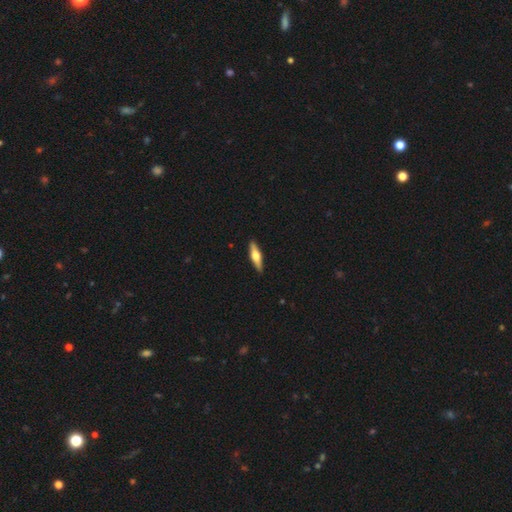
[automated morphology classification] smooth-or-featured: featured or disk: 56% | smooth: 39% | star or artifact: 5%
  disk-edge-on: yes: 95% | no: 5%
    edge-on-bulge: rounded: 93% | boxy: 4% | none: 2%
  merging: none: 91% | minor disturbance: 7% | major disturbance: 1% | merger: 1%